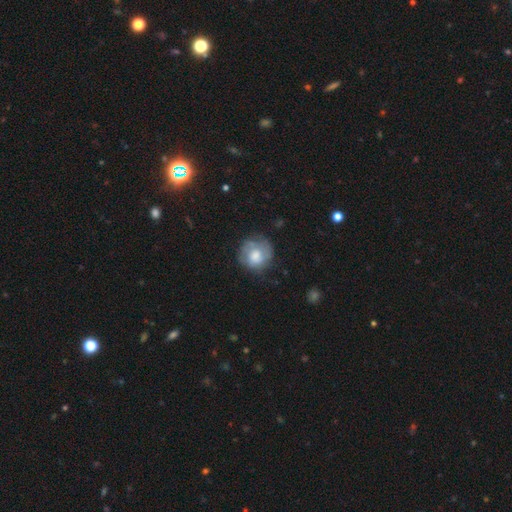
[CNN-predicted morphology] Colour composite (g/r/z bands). It shows a smooth galaxy with no disk features (63%) that is round (85%). Merging: none (60%).